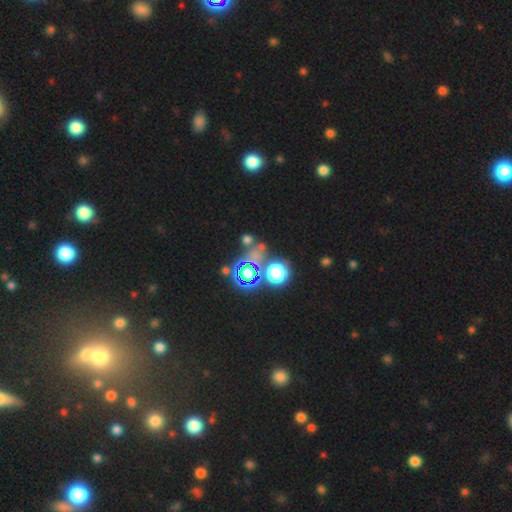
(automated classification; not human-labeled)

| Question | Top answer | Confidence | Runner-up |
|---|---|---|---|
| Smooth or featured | star or artifact | 54% | smooth (35%) |